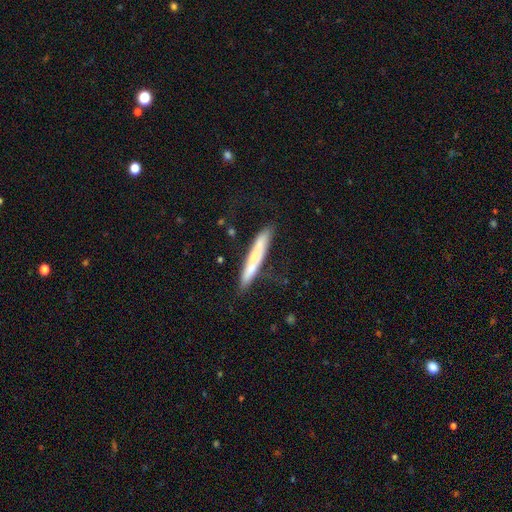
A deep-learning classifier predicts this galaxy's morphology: This appears to be a smooth galaxy with no disk features (55%) that is cigar-shaped (93%). Merging: none (66%).